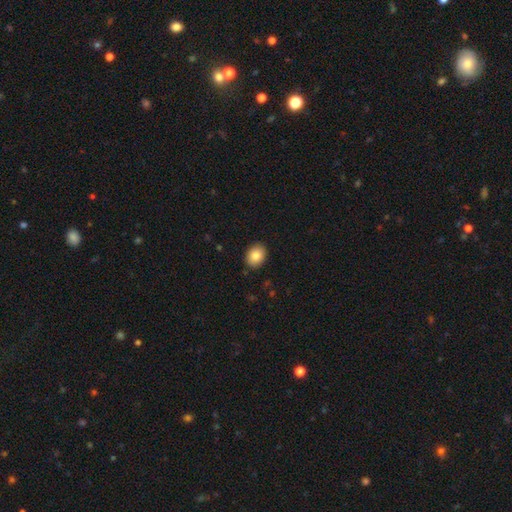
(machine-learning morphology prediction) smooth_or_featured: smooth (p=0.86) [alt: star or artifact p=0.08]
how_rounded: in between (p=0.60) [alt: round p=0.39]
merging: none (p=0.89) [alt: minor disturbance p=0.08]